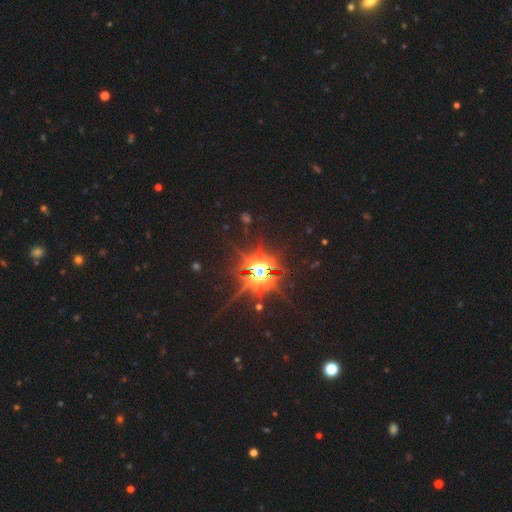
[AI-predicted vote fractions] Smooth or featured? star or artifact (86%)